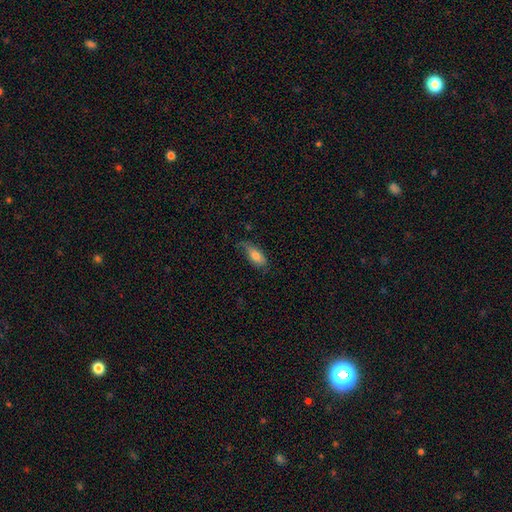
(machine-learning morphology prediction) smooth-or-featured: smooth: 70% | featured or disk: 23% | star or artifact: 7%
  how-rounded: in between: 83% | cigar-shaped: 14% | round: 3%
  merging: none: 52% | minor disturbance: 33% | major disturbance: 14% | merger: 2%